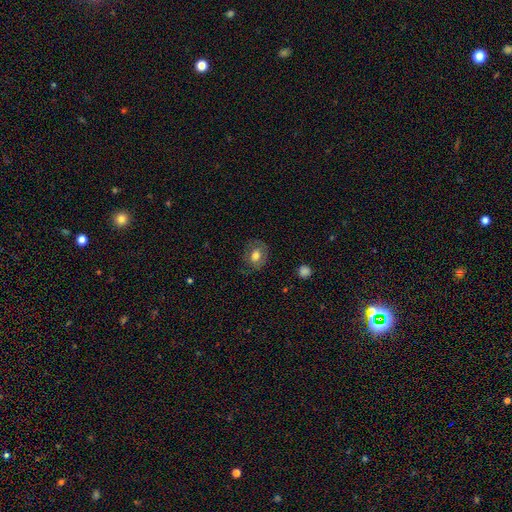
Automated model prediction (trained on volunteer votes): This is likely a smooth galaxy (66%). How rounded: possibly round (52%). Merging: likely none (73%).